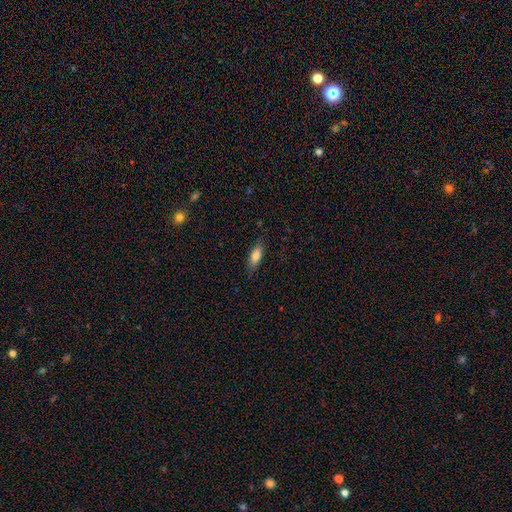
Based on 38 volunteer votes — Smooth or featured? smooth (87%)
How rounded? in between (79%)
Merging? none (86%)